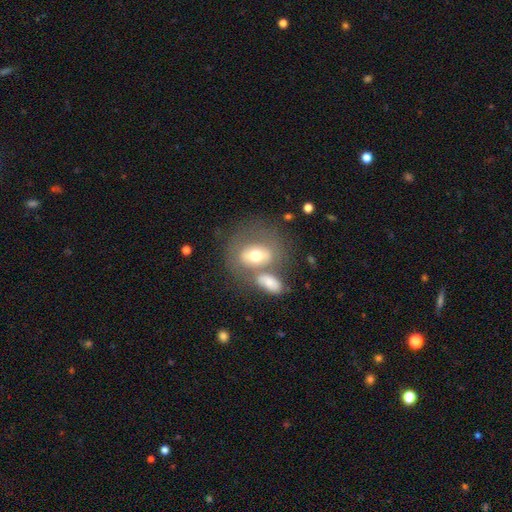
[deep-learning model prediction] Smooth or featured? Predicted: smooth (p=0.51). How rounded? Predicted: in between (p=0.61). Merging? Predicted: none (p=0.40).